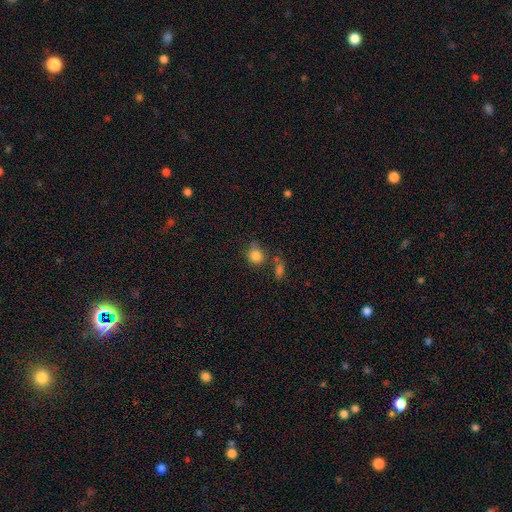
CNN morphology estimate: A smooth galaxy with no disk features (83%) that is round (76%). Merging: none (57%).